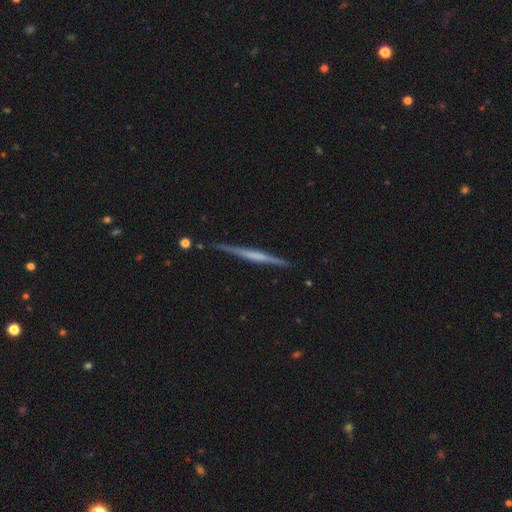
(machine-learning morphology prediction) The model was most divided on "smooth or featured": featured or disk: 65%, smooth: 29%, star or artifact: 5%. More confident: edge-on disk — yes (98%); merging — none (88%); edge-on bulge — none (64%).